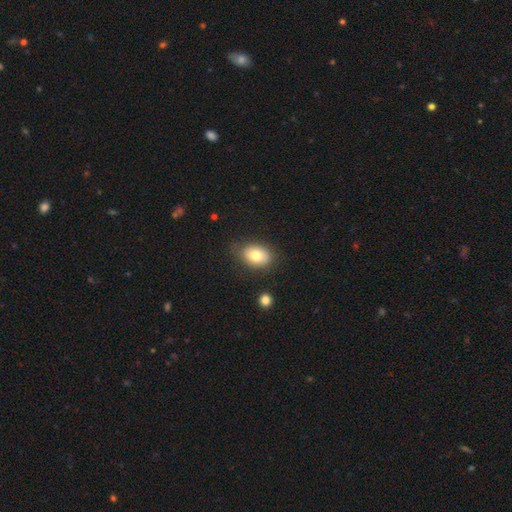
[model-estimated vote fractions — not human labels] Smooth or featured? Predicted: smooth (p=0.78). How rounded? Predicted: in between (p=0.79). Merging? Predicted: none (p=0.77).